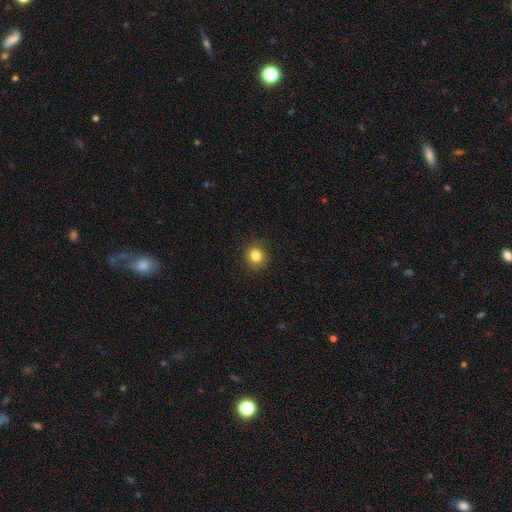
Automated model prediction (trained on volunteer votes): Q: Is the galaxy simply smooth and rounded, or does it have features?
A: smooth — 83%.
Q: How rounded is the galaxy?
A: round — 83%.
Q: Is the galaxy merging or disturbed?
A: none — 88%.